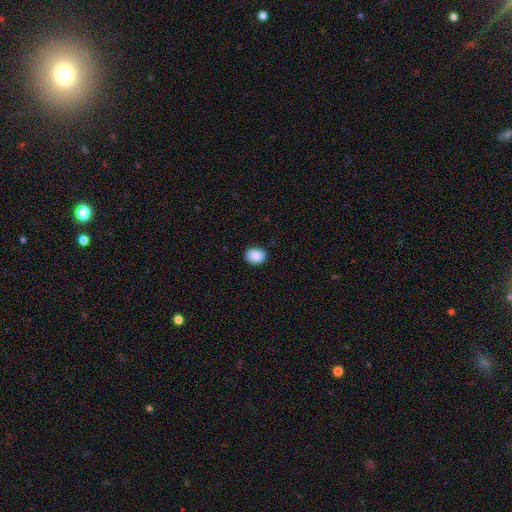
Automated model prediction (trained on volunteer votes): Morphology: type=smooth (89%); roundness=in between (58%); merging=none (89%).